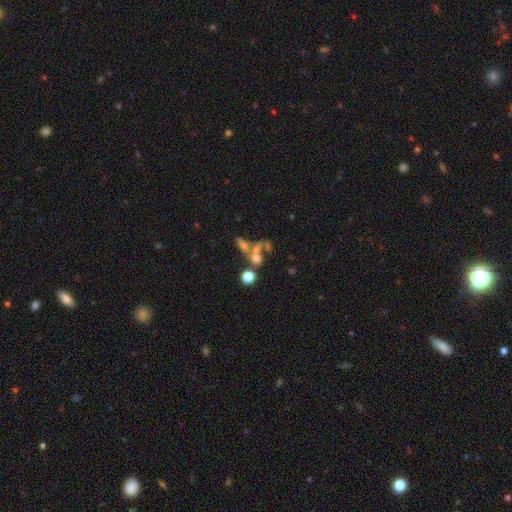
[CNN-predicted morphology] Smooth or featured? Predicted: smooth (p=0.48). Merging? Predicted: merger (p=0.44).